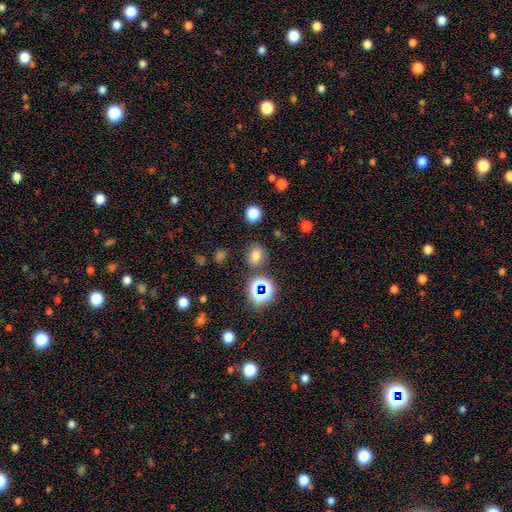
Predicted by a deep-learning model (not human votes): This appears to be a smooth galaxy with no disk features (68%) that is in between round and cigar-shaped (52%). Merging: none (79%).